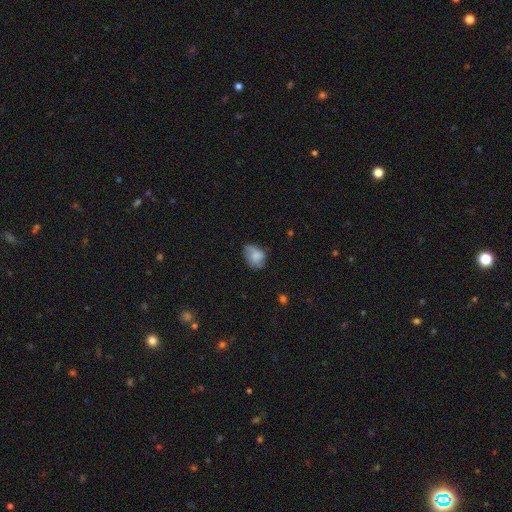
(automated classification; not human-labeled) smooth-or-featured: smooth: 72% | featured or disk: 20% | star or artifact: 9%
  how-rounded: in between: 69% | round: 30% | cigar-shaped: 1%
  merging: none: 53% | minor disturbance: 33% | major disturbance: 12% | merger: 2%